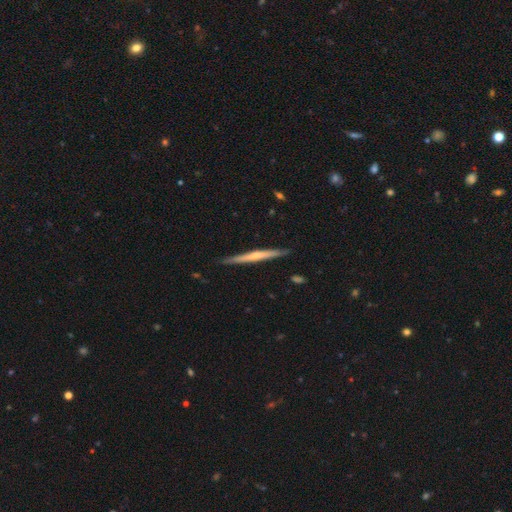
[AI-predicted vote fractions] smooth_or_featured: featured or disk (p=0.58) [alt: smooth p=0.37]
disk_edge_on: yes (p=0.97) [alt: no p=0.03]
edge_on_bulge: none (p=0.47) [alt: rounded p=0.45]
merging: none (p=0.88) [alt: minor disturbance p=0.10]